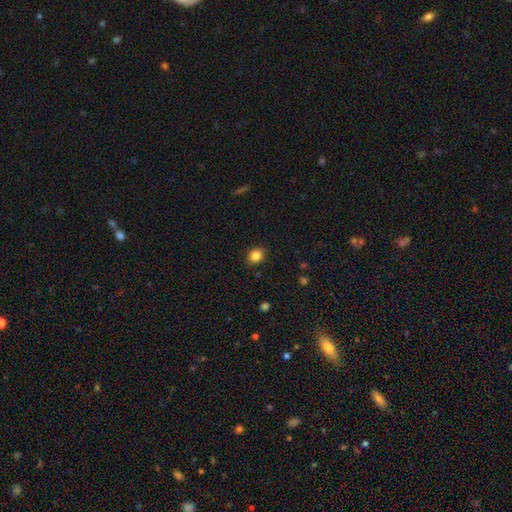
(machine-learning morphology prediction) Overall: smooth (85%). How rounded: round (59%; in between 40%). Merging: none (88%).